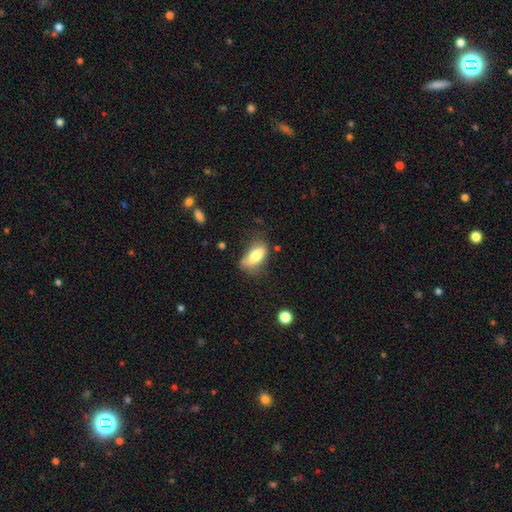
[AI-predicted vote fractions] This is likely a smooth galaxy (74%). How rounded: clearly in between (84%). Merging: possibly none (55%).